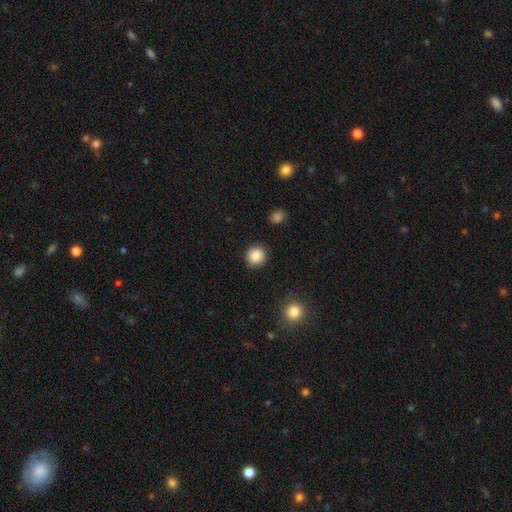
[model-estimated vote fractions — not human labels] Smooth or featured?
  - smooth: 87% *
  - star or artifact: 9%
  - featured or disk: 4%
How rounded?
  - round: 89% *
  - in between: 10%
  - cigar-shaped: 1%
Merging?
  - none: 90% *
  - minor disturbance: 7%
  - major disturbance: 2%
  - merger: 1%